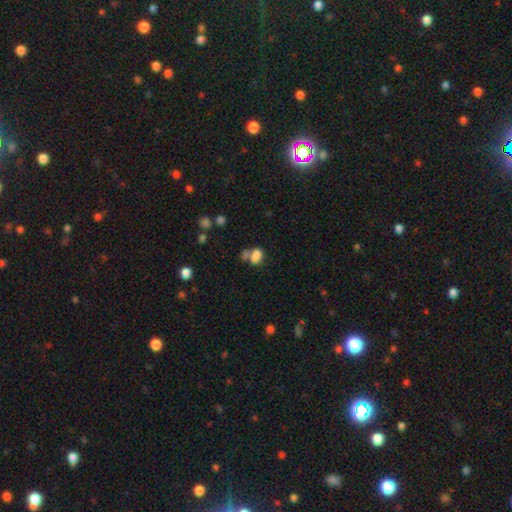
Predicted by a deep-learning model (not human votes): Smooth or featured? smooth (76%)
How rounded? in between (75%)
Merging? merger (45%)